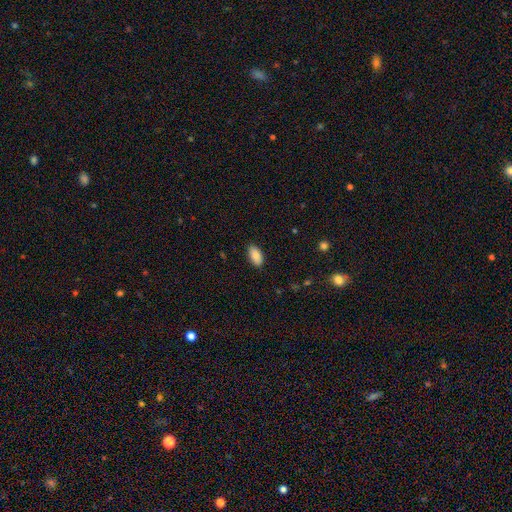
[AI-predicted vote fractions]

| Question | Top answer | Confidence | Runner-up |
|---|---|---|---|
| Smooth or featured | smooth | 86% | star or artifact (7%) |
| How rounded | in between | 94% | cigar-shaped (3%) |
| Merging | none | 88% | minor disturbance (9%) |